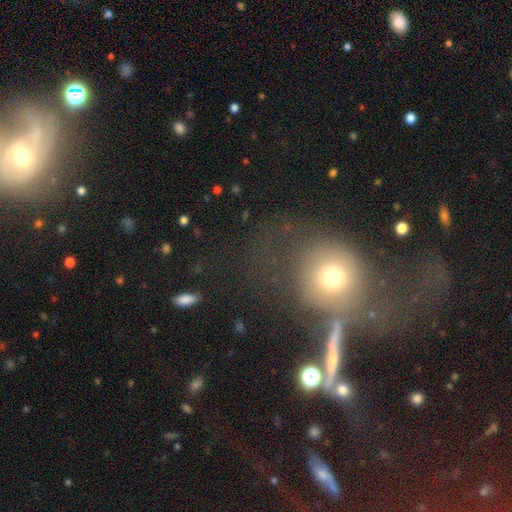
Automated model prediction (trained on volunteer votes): smooth-or-featured: smooth: 46% | star or artifact: 28% | featured or disk: 26%
  merging: none: 35% | major disturbance: 28% | merger: 23% | minor disturbance: 15%